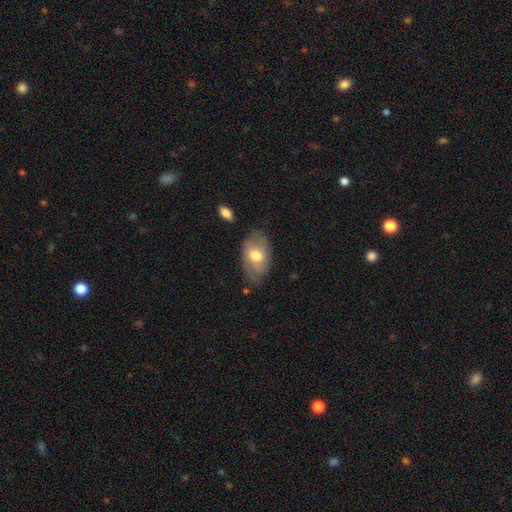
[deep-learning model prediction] This appears to be a smooth galaxy with no disk features (48%). Merging: none (62%).